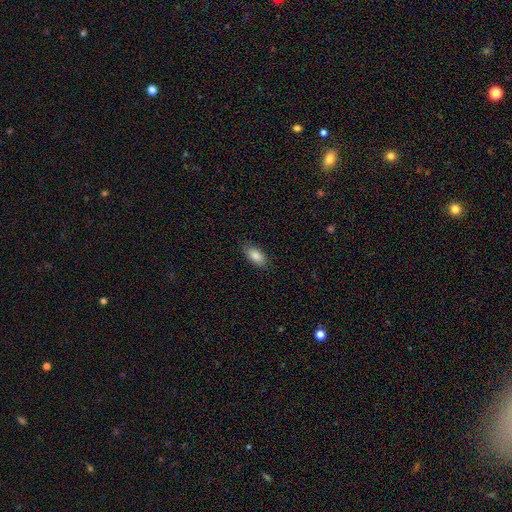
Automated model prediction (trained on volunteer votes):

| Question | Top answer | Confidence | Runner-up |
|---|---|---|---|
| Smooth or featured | smooth | 87% | star or artifact (7%) |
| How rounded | in between | 91% | cigar-shaped (5%) |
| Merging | none | 83% | minor disturbance (13%) |